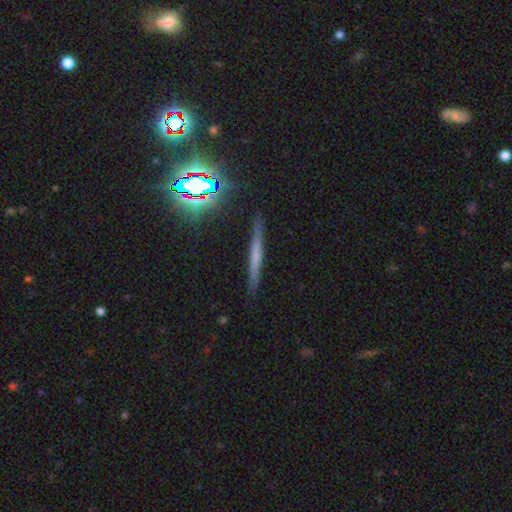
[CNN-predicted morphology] A smooth galaxy with no disk features (43%). Merging: none (87%).